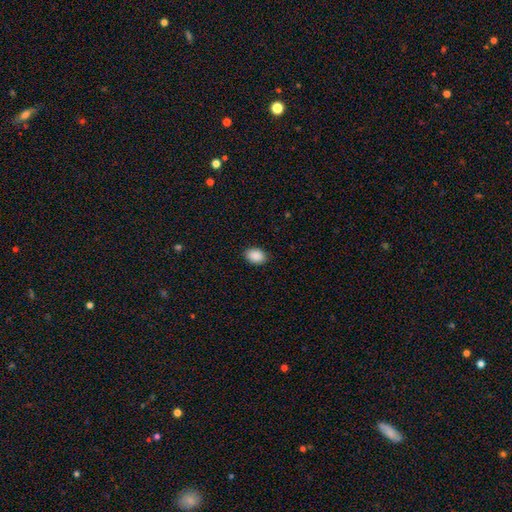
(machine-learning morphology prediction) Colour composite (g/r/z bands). It shows a smooth galaxy with no disk features (90%) that is in between round and cigar-shaped (80%). Merging: none (89%).